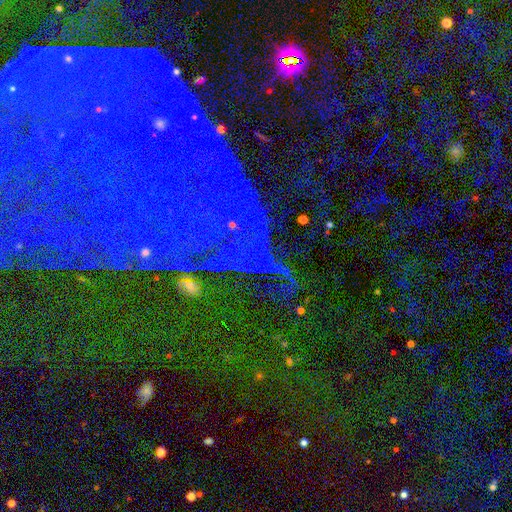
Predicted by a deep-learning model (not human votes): Smooth or featured? Predicted: star or artifact (p=0.78).